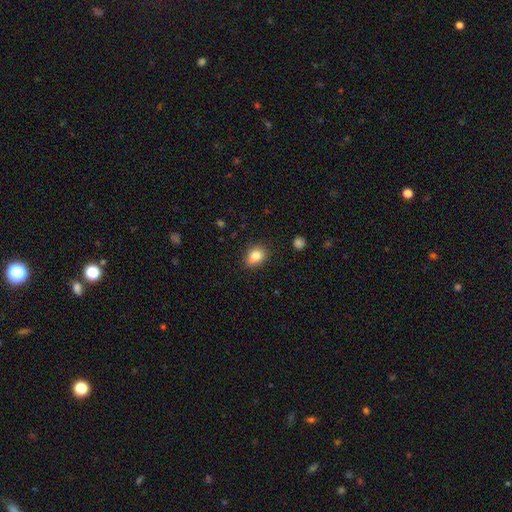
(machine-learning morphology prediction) Smooth or featured? Predicted: smooth (p=0.79). How rounded? Predicted: round (p=0.52). Merging? Predicted: none (p=0.59).